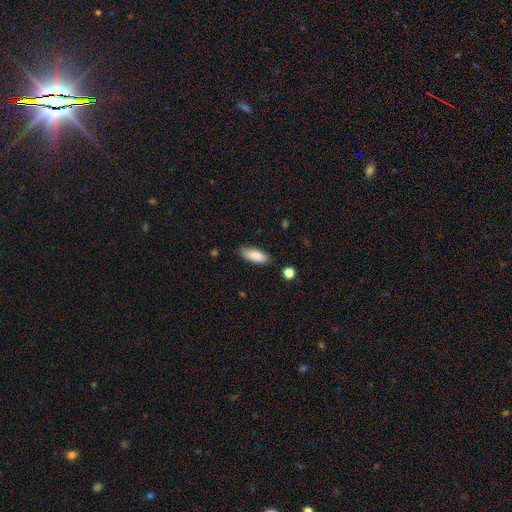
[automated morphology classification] Smooth or featured? smooth (86%)
How rounded? in between (80%)
Merging? none (77%)